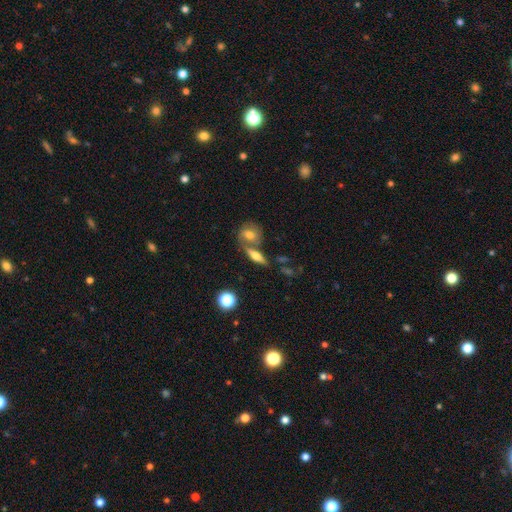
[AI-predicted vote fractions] Smooth or featured? smooth (49%)
Merging? none (54%)